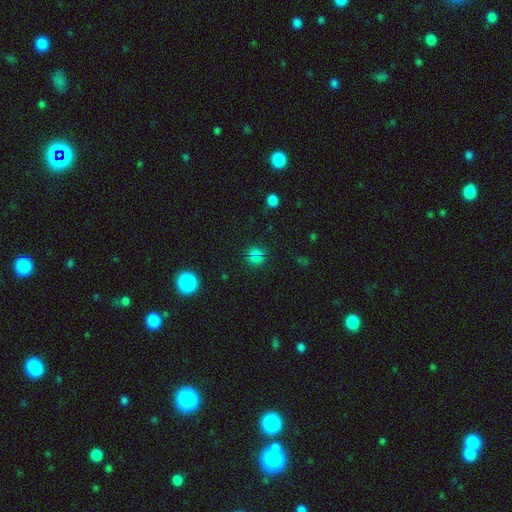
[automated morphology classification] Smooth or featured: smooth — 64% (star or artifact — 27%)
How rounded: round — 89% (in between — 9%)
Merging: none — 75% (merger — 13%)